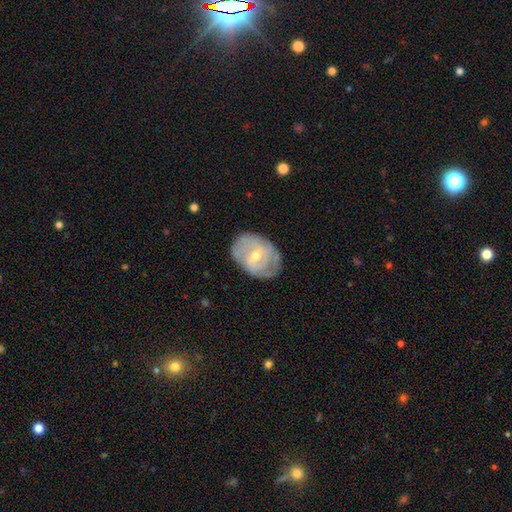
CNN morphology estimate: This appears to be a featured or disk galaxy (72%) with a weak bar (46%), tight (54%) spiral arms (81%) and a small central bulge (52%). Merging: none (72%).